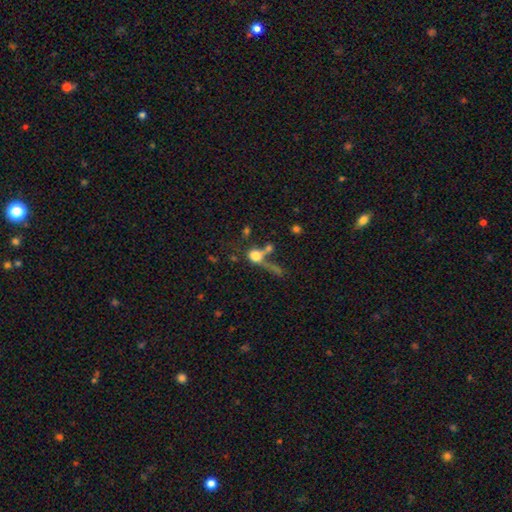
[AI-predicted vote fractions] smooth_or_featured: smooth (p=0.70) [alt: featured or disk p=0.17]
how_rounded: round (p=0.62) [alt: in between p=0.32]
merging: merger (p=0.40) [alt: none p=0.28]